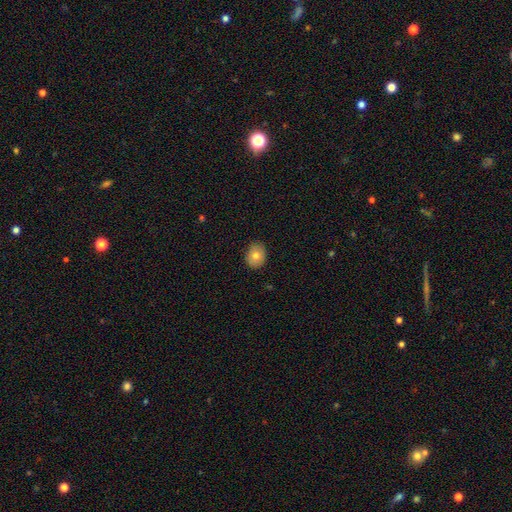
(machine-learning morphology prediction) smooth_or_featured: smooth (p=0.76) [alt: featured or disk p=0.15]
how_rounded: in between (p=0.56) [alt: round p=0.43]
merging: none (p=0.85) [alt: minor disturbance p=0.12]